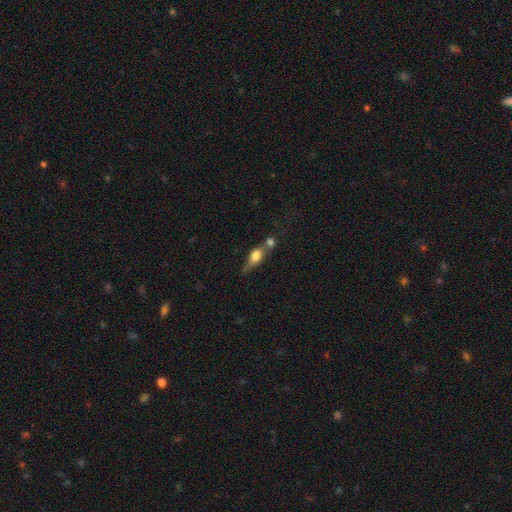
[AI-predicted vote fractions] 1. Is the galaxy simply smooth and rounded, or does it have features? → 61% smooth, 30% featured or disk, 9% star or artifact.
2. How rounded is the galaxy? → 64% in between, 22% cigar-shaped, 14% round.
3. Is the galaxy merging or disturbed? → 50% merger, 29% none, 13% minor disturbance, 8% major disturbance.